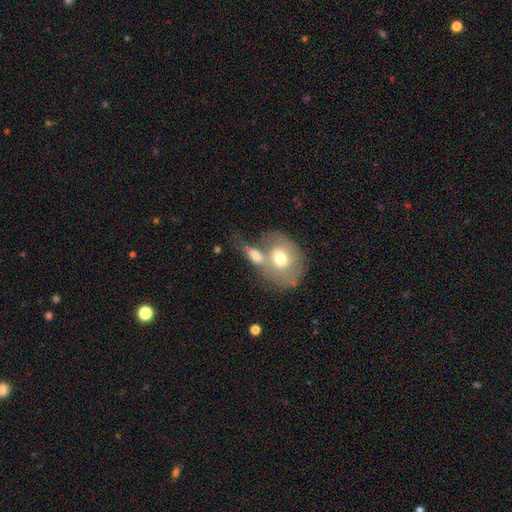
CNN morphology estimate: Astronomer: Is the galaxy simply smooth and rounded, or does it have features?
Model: smooth — 63%.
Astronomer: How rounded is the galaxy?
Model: in between — 70%.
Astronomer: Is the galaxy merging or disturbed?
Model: merger — 61%.